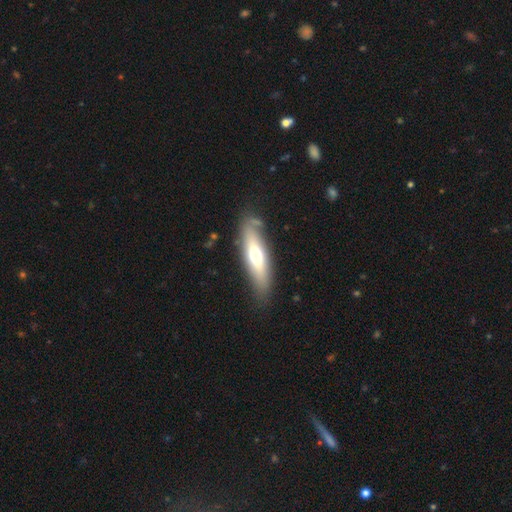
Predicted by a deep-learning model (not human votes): The model was most divided on "smooth or featured": smooth: 53%, featured or disk: 41%, star or artifact: 6%. More confident: merging — none (78%); how rounded — cigar-shaped (56%).